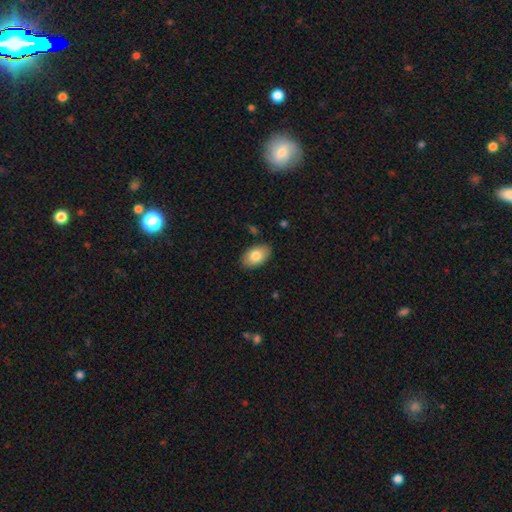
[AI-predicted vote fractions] Q: Smooth or featured?
A: smooth (82%); runner-up: featured or disk (12%)
Q: How rounded?
A: in between (92%); runner-up: round (7%)
Q: Merging?
A: none (86%); runner-up: minor disturbance (11%)